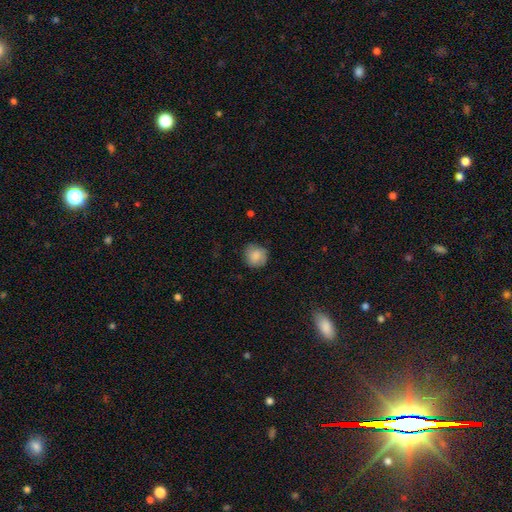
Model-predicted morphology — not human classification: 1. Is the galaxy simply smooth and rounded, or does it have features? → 84% smooth, 8% featured or disk, 7% star or artifact.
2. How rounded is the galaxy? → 88% round, 12% in between, 1% cigar-shaped.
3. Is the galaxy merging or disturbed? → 79% none, 16% minor disturbance, 4% major disturbance, 1% merger.